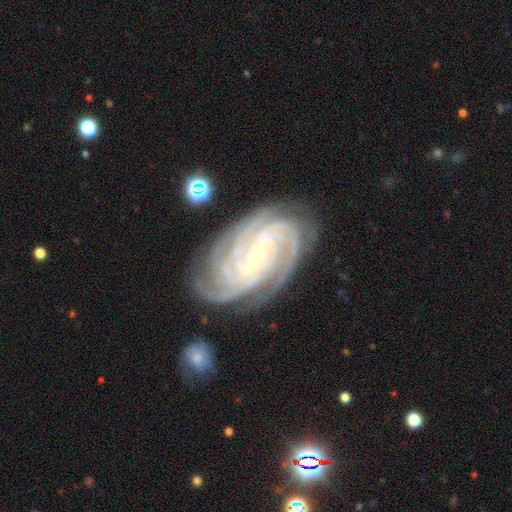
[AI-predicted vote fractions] This appears to be a featured or disk galaxy (93%) with a weak bar (39%), 4 (49%) tight (77%) spiral arms (99%) and a small central bulge (72%). Merging: none (81%).